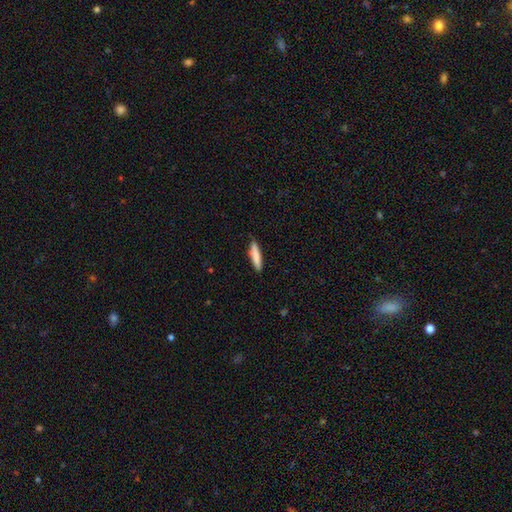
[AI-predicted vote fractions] This appears to be a smooth galaxy with no disk features (81%) that is cigar-shaped (84%). Merging: none (86%).